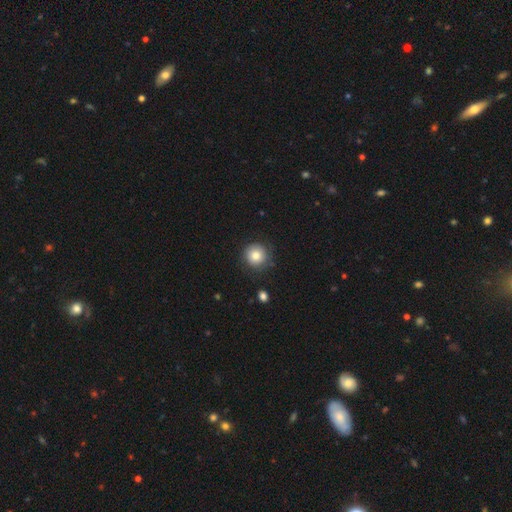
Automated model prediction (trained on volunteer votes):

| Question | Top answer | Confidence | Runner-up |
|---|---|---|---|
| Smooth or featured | smooth | 81% | star or artifact (10%) |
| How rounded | round | 94% | in between (5%) |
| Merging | none | 83% | minor disturbance (12%) |